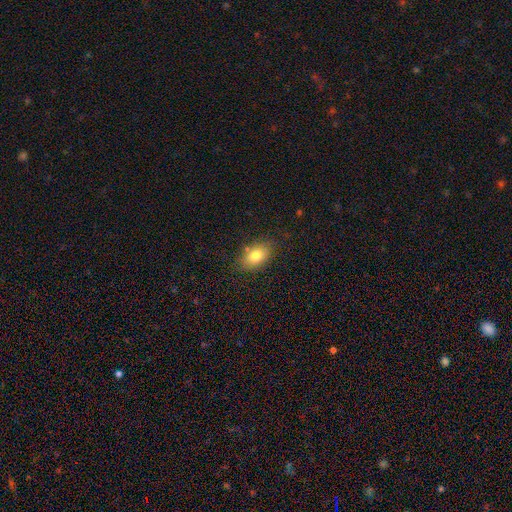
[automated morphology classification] Smooth or featured: smooth — 80% (featured or disk — 11%)
How rounded: in between — 88% (round — 10%)
Merging: none — 81% (minor disturbance — 14%)